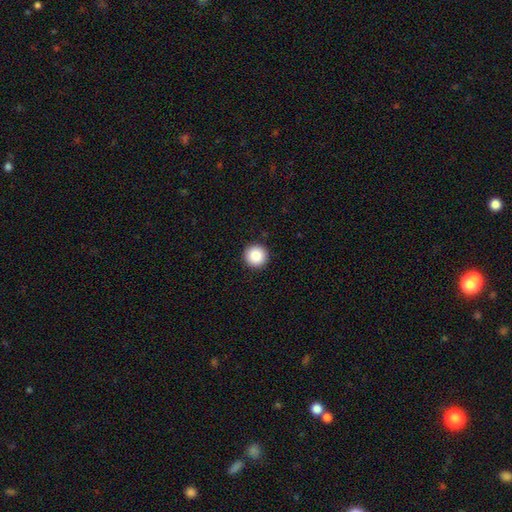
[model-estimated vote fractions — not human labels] Smooth or featured? smooth (88%)
How rounded? round (96%)
Merging? none (93%)